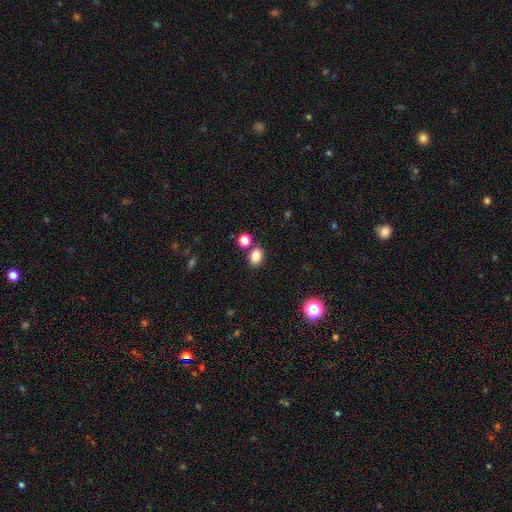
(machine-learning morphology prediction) smooth 84%, star or artifact 11%, featured or disk 5%. Down the decision tree: how rounded — in between (65%); merging — none (71%).